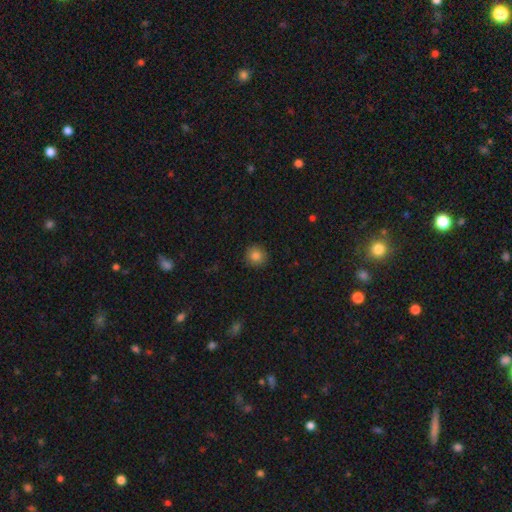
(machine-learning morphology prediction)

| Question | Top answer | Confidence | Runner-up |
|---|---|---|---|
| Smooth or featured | smooth | 84% | star or artifact (11%) |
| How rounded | round | 93% | in between (6%) |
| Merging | none | 91% | minor disturbance (6%) |